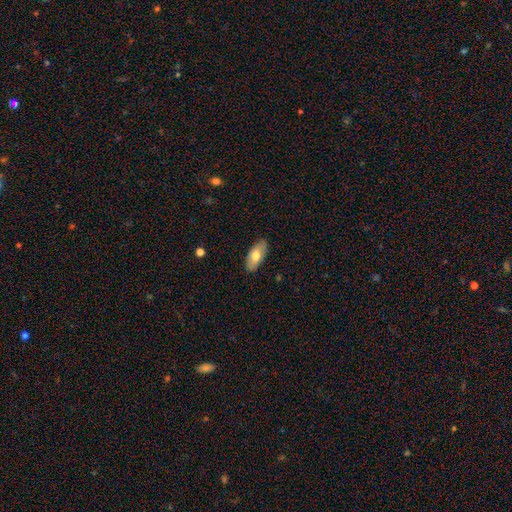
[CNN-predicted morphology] This appears to be a smooth galaxy with no disk features (69%) that is in between round and cigar-shaped (90%). Merging: none (87%).